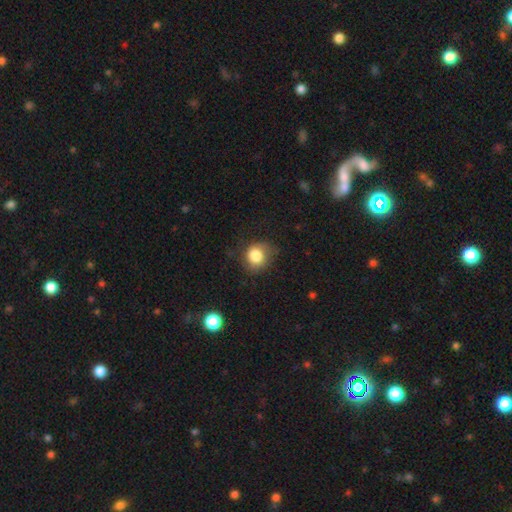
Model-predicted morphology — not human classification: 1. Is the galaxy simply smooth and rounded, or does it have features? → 82% smooth, 9% star or artifact, 9% featured or disk.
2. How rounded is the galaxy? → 76% round, 23% in between, 1% cigar-shaped.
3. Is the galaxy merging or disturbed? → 65% none, 25% minor disturbance, 9% major disturbance, 1% merger.